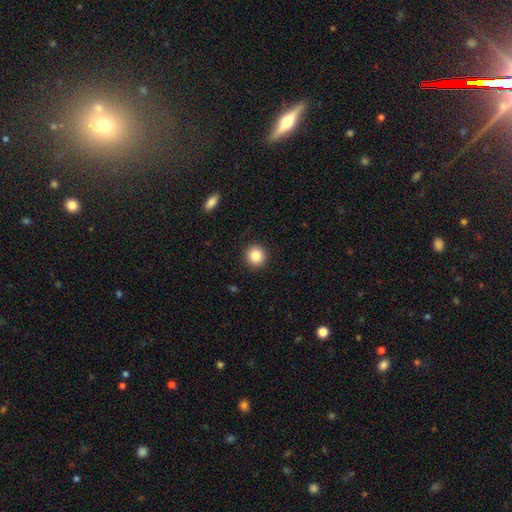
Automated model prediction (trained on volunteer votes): This is clearly a smooth galaxy (85%). How rounded: clearly round (94%). Merging: clearly none (92%).